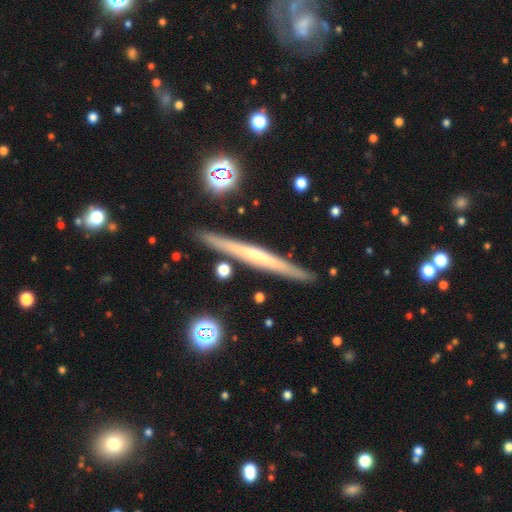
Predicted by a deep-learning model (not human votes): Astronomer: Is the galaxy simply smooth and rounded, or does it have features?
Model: featured or disk — 62%.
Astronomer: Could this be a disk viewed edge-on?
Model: yes — 96%.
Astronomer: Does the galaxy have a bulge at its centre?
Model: none — 64%.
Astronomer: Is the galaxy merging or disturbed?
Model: none — 89%.